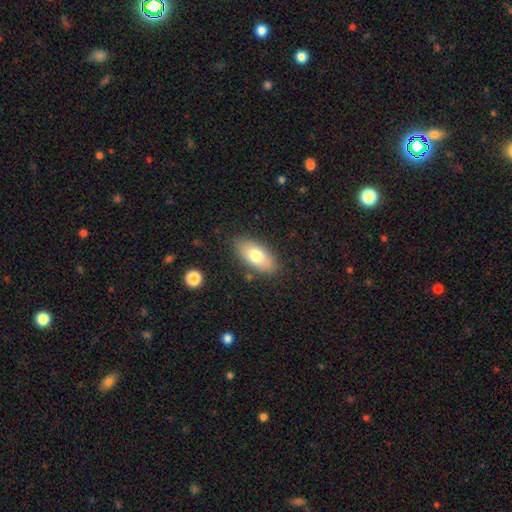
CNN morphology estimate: A smooth galaxy with no disk features (73%) that is in between round and cigar-shaped (89%).

Vote fractions:
- Smooth or featured? smooth: 73% / featured or disk: 20% / star or artifact: 7%
- How rounded? in between: 89% / cigar-shaped: 8% / round: 3%
- Merging? none: 84% / minor disturbance: 11% / major disturbance: 3% / merger: 2%